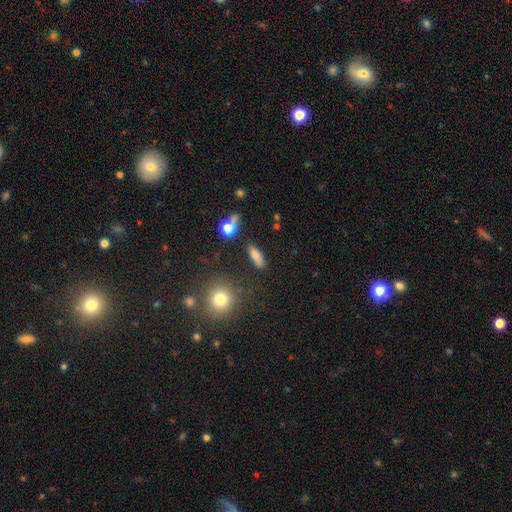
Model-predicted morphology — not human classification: This is likely a smooth galaxy (76%). How rounded: possibly in between (52%). Merging: clearly none (80%).